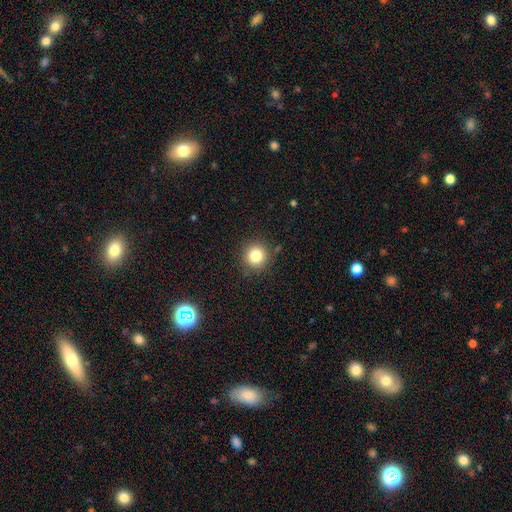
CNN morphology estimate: Overall: smooth (81%). How rounded: round (93%). Merging: none (88%).